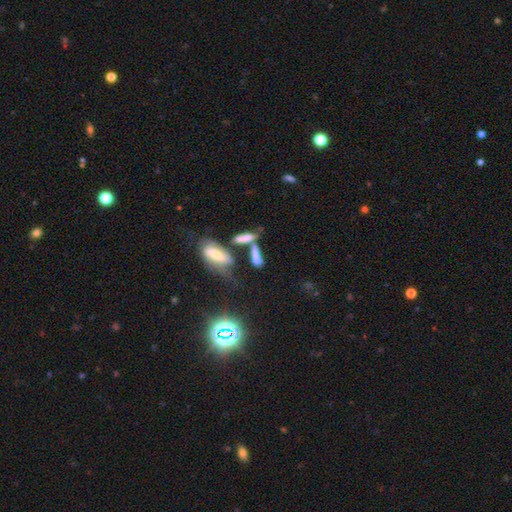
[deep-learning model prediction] smooth_or_featured: smooth (p=0.60) [alt: featured or disk p=0.25]
how_rounded: cigar-shaped (p=0.50) [alt: in between p=0.45]
merging: merger (p=0.43) [alt: none p=0.31]